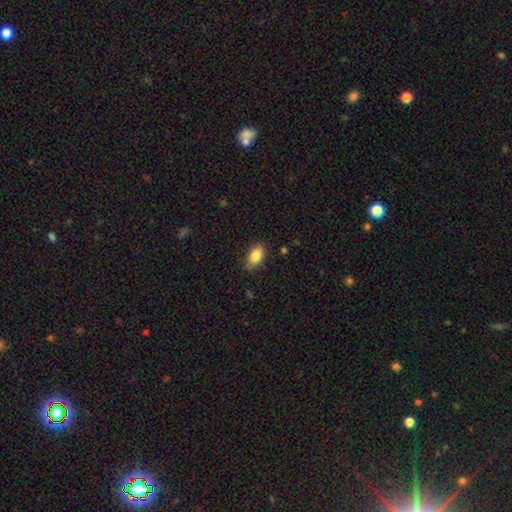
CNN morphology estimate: smooth 83%, featured or disk 9%, star or artifact 8%. Down the decision tree: how rounded — in between (89%); merging — none (78%).